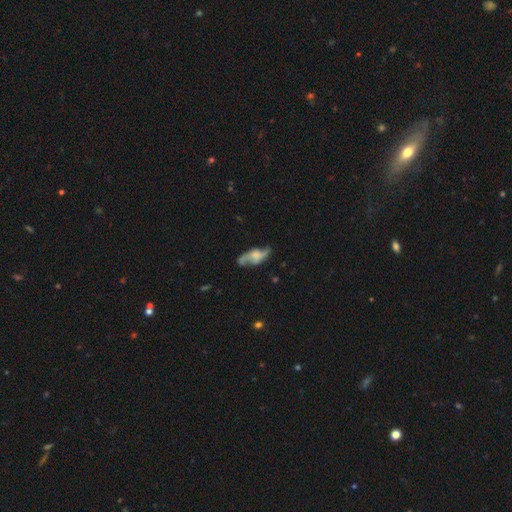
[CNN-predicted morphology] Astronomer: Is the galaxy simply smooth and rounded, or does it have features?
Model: featured or disk — 72%.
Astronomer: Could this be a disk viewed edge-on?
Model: no — 86%.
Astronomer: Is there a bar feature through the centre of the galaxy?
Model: no — 59%.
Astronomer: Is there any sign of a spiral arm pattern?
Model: yes — 89%.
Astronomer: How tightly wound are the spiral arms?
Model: loose — 71%.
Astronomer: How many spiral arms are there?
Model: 2 — 85%.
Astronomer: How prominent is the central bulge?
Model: none — 32% (runner-up: moderate, 26%).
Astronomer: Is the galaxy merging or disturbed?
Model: none — 63%.